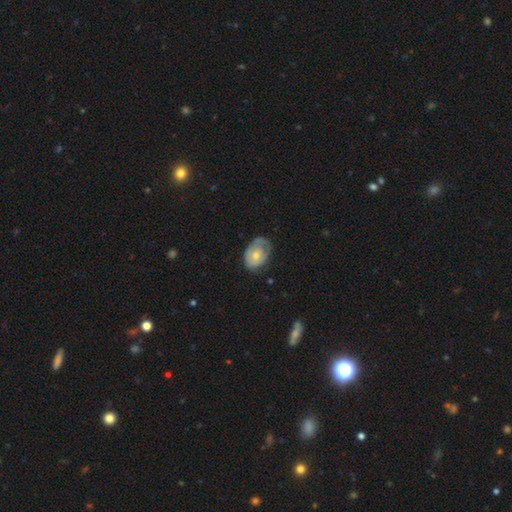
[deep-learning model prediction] This is possibly a smooth galaxy (52%). How rounded: likely in between (77%). Merging: possibly none (46%).